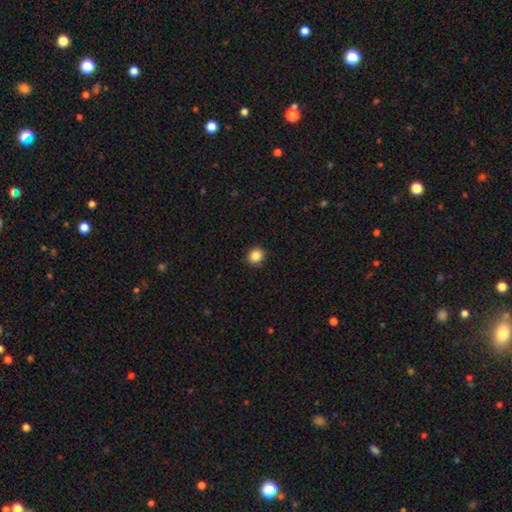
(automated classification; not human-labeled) A smooth galaxy with no disk features (86%) that is round (79%).

Vote fractions:
- Smooth or featured? smooth: 86% / star or artifact: 10% / featured or disk: 3%
- How rounded? round: 79% / in between: 20% / cigar-shaped: 1%
- Merging? none: 89% / minor disturbance: 8% / major disturbance: 2% / merger: 1%